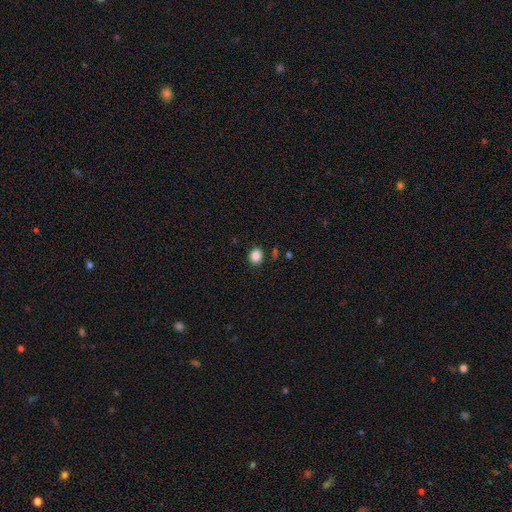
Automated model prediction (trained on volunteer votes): Smooth or featured: smooth — 86% (star or artifact — 10%)
How rounded: round — 66% (in between — 33%)
Merging: none — 88% (minor disturbance — 8%)